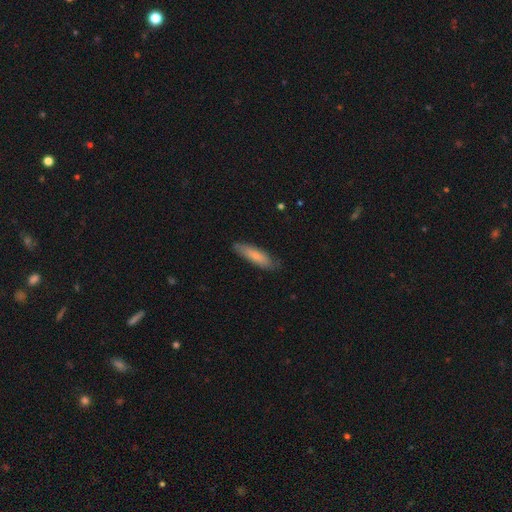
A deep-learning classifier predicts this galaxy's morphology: Overall: smooth (78%). How rounded: cigar-shaped (65%; in between 33%). Merging: none (81%).